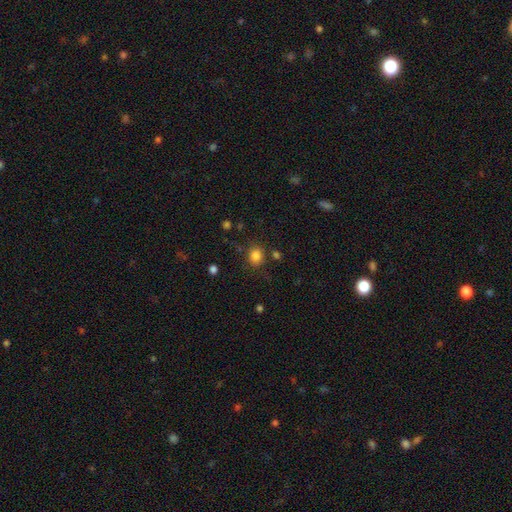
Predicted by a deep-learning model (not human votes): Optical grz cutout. It shows a smooth galaxy with no disk features (82%) that is round (76%). Merging: none (80%).